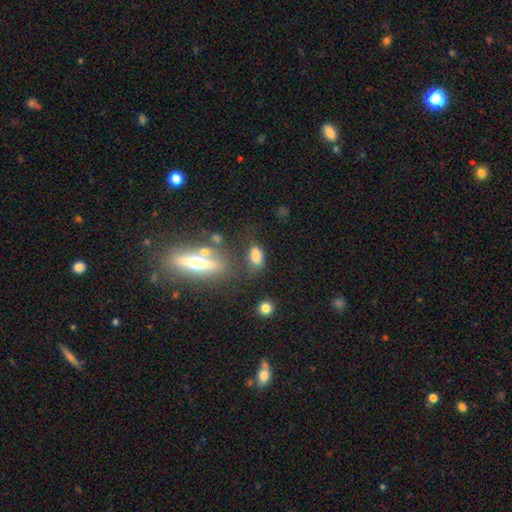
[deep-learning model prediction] The model was most divided on "merging": none: 44%, minor disturbance: 23%, merger: 18%, major disturbance: 15%. More confident: how rounded — in between (81%); smooth or featured — smooth (72%).